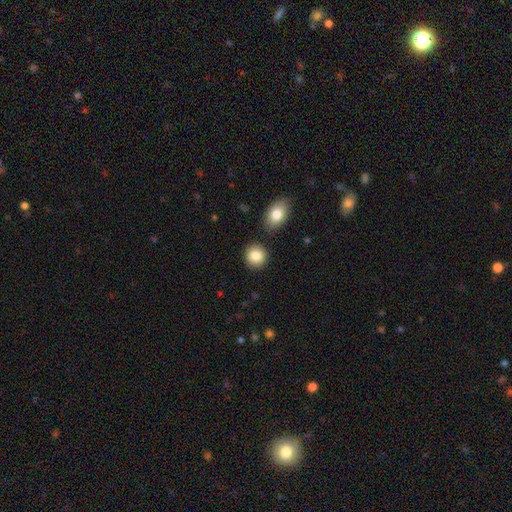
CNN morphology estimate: Smooth or featured?
  - smooth: 84% *
  - star or artifact: 8%
  - featured or disk: 8%
How rounded?
  - round: 83% *
  - in between: 16%
  - cigar-shaped: 1%
Merging?
  - none: 86% *
  - minor disturbance: 7%
  - merger: 5%
  - major disturbance: 2%